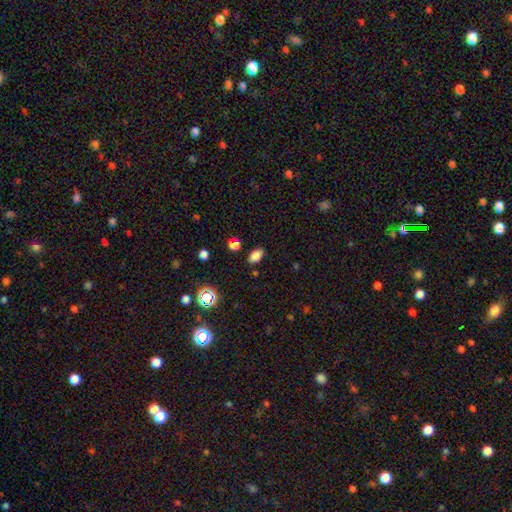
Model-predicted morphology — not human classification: Smooth or featured?
  - smooth: 80% *
  - star or artifact: 15%
  - featured or disk: 6%
How rounded?
  - in between: 88% *
  - round: 11%
  - cigar-shaped: 2%
Merging?
  - none: 85% *
  - minor disturbance: 10%
  - major disturbance: 3%
  - merger: 2%